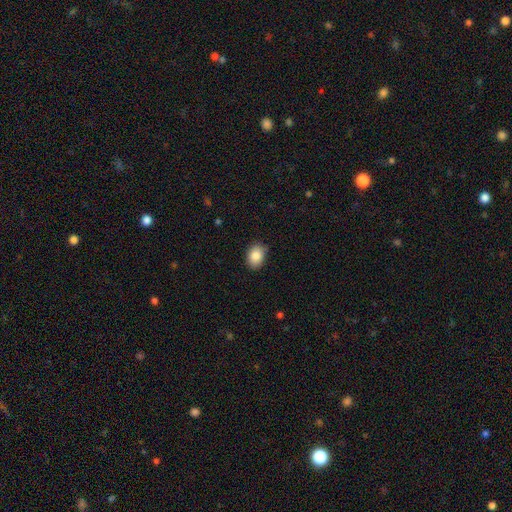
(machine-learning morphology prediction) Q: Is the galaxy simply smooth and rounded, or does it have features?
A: smooth — 85%.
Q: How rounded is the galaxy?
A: in between — 73%.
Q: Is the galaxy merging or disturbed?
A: none — 83%.